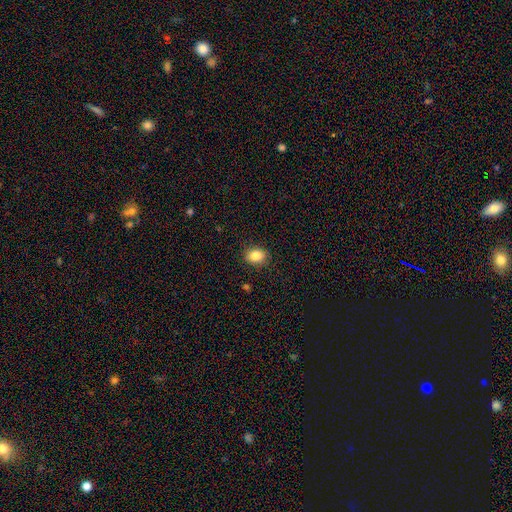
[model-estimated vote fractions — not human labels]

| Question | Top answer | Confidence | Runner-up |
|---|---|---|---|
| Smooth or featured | smooth | 85% | star or artifact (9%) |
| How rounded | in between | 59% | round (40%) |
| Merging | none | 87% | minor disturbance (9%) |